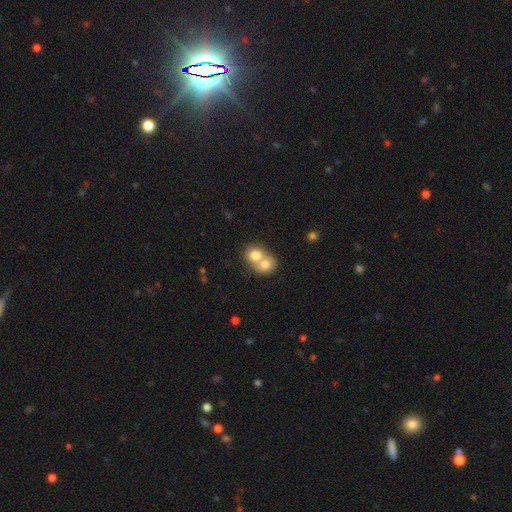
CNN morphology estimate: smooth 76%, featured or disk 16%, star or artifact 8%. Down the decision tree: how rounded — round (68%); merging — merger (73%).